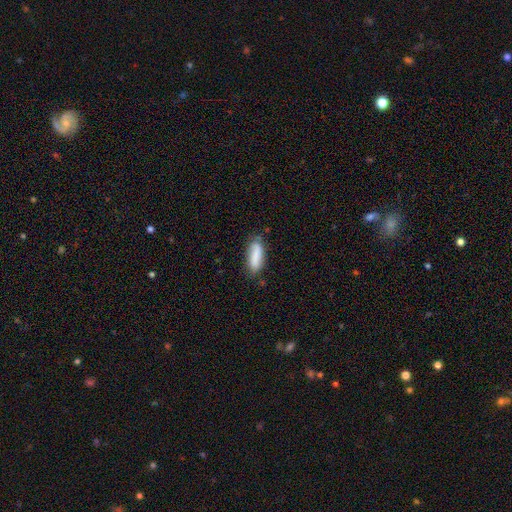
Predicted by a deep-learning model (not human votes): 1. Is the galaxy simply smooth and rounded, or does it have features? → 79% smooth, 14% featured or disk, 7% star or artifact.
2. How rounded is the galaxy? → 62% in between, 36% cigar-shaped, 2% round.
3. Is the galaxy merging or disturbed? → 67% none, 24% minor disturbance, 5% major disturbance, 3% merger.